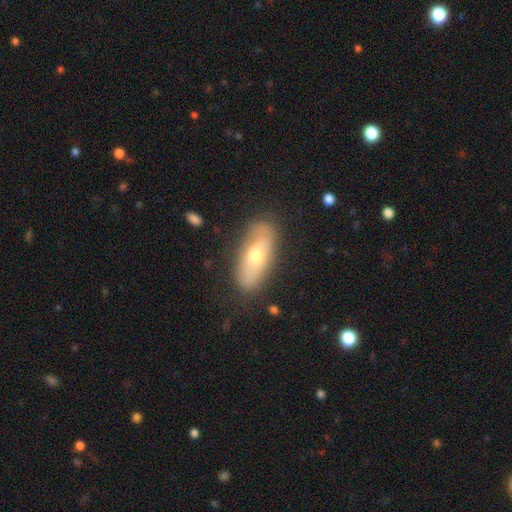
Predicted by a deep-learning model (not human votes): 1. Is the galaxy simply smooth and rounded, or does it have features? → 57% smooth, 36% featured or disk, 7% star or artifact.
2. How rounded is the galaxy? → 76% in between, 21% cigar-shaped, 4% round.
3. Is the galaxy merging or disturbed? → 80% none, 14% minor disturbance, 4% major disturbance, 2% merger.